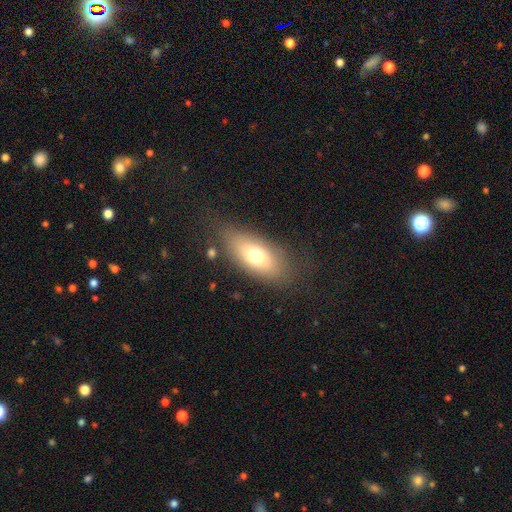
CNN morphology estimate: This appears to be a smooth galaxy with no disk features (69%) that is in between round and cigar-shaped (83%). Merging: none (73%).